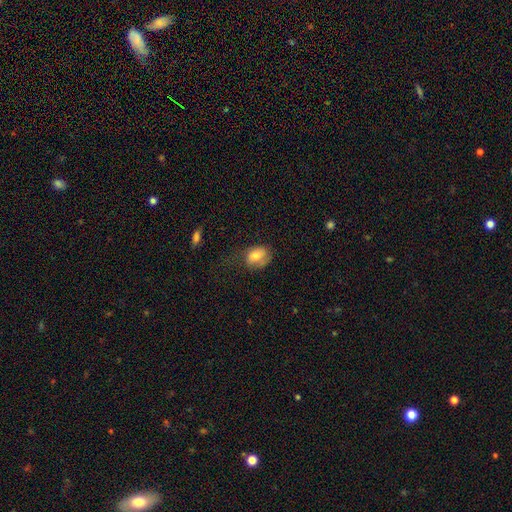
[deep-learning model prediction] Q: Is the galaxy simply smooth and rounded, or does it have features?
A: smooth — 73%.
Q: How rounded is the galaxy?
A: in between — 75%.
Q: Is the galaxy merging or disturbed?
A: none — 47%.